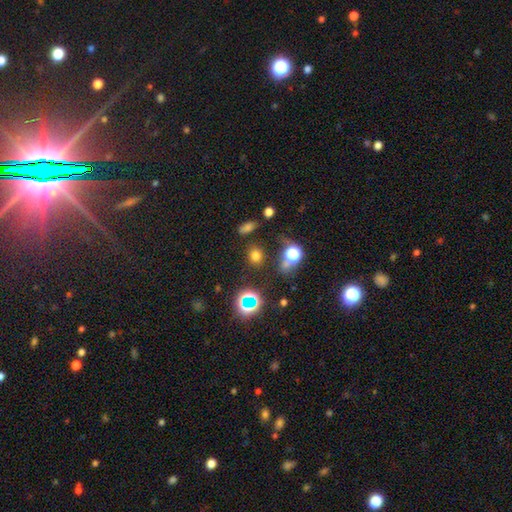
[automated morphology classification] Q: Smooth or featured?
A: smooth (68%); runner-up: star or artifact (25%)
Q: How rounded?
A: round (69%); runner-up: in between (30%)
Q: Merging?
A: none (80%); runner-up: minor disturbance (10%)